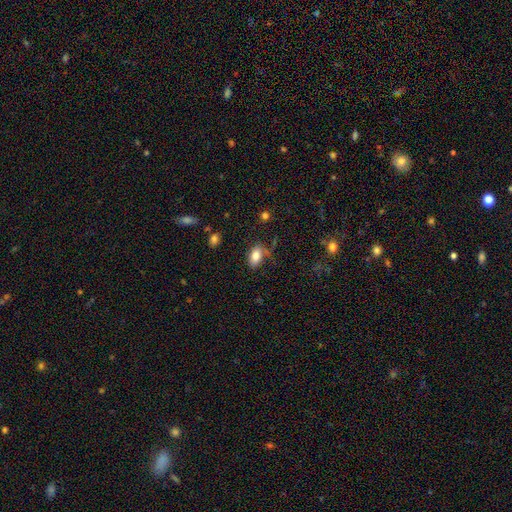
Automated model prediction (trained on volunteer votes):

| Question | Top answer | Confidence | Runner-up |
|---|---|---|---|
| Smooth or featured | smooth | 82% | featured or disk (10%) |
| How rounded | in between | 92% | round (5%) |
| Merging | none | 71% | minor disturbance (19%) |